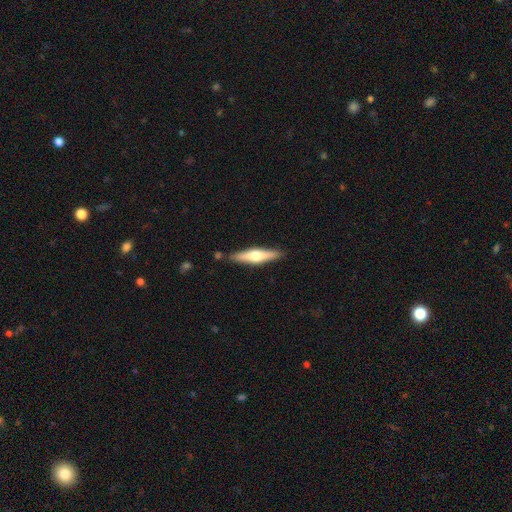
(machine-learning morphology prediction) Smooth or featured?
  - featured or disk: 53% *
  - smooth: 42%
  - star or artifact: 5%
Edge-on disk?
  - yes: 94% *
  - no: 6%
Merging?
  - none: 85% *
  - minor disturbance: 10%
  - merger: 3%
  - major disturbance: 2%